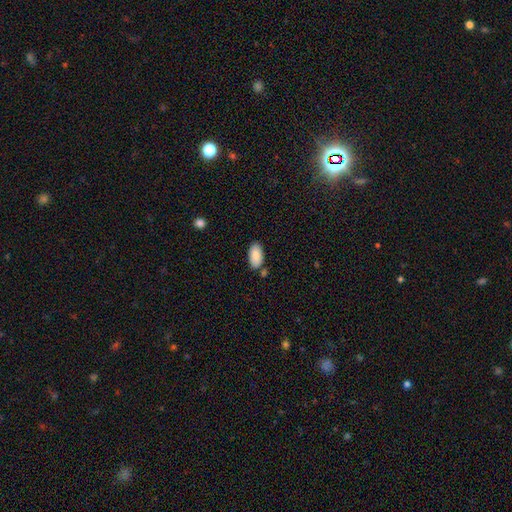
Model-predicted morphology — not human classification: Q: Smooth or featured?
A: smooth (88%); runner-up: star or artifact (6%)
Q: How rounded?
A: in between (95%); runner-up: cigar-shaped (3%)
Q: Merging?
A: none (78%); runner-up: minor disturbance (13%)